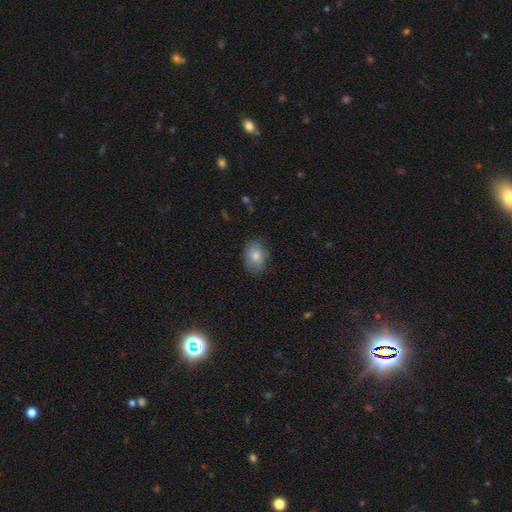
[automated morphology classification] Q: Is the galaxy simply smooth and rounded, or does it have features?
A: smooth — 78%.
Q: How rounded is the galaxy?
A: in between — 68%.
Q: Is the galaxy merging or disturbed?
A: none — 79%.